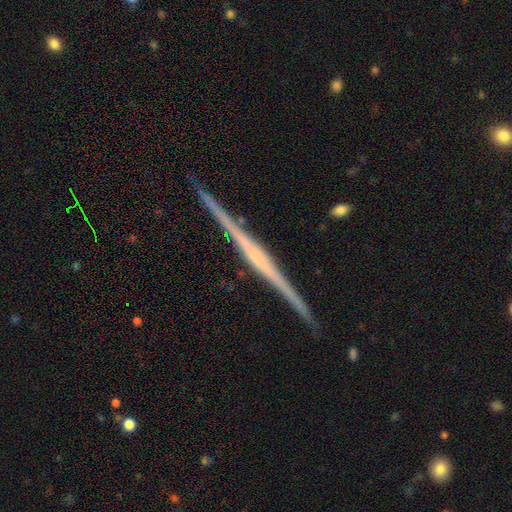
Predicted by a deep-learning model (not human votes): Overall: featured or disk (84%). Edge-on disk: yes (99%). Edge-on bulge: none (47%; rounded 33%). Merging: none (92%).